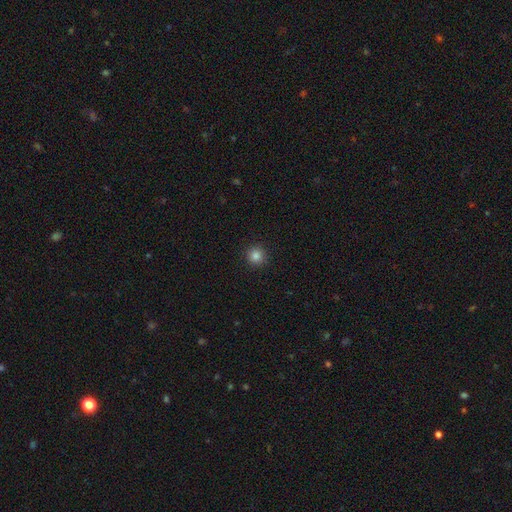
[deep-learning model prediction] Smooth or featured: smooth — 84% (star or artifact — 12%)
How rounded: round — 95% (in between — 4%)
Merging: none — 92% (minor disturbance — 5%)